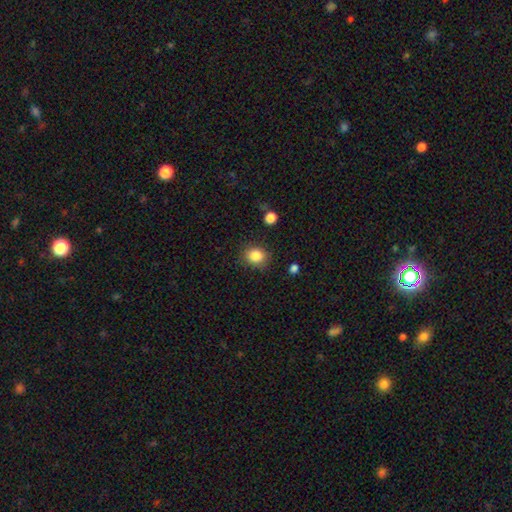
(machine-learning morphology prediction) Smooth or featured? smooth (86%)
How rounded? round (66%)
Merging? none (82%)